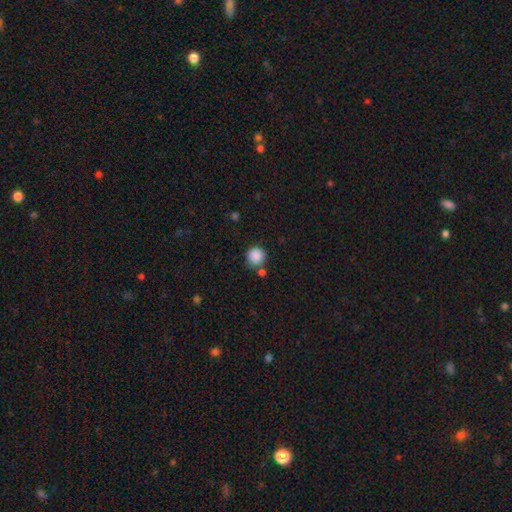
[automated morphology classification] A smooth galaxy with no disk features (87%) that is round (93%). Merging: none (75%).